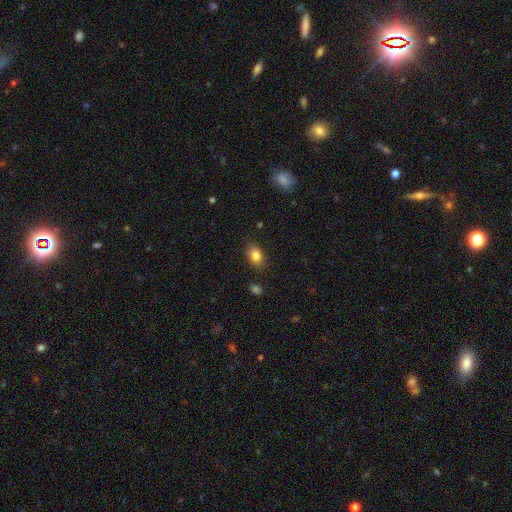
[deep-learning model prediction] Smooth or featured?
  - smooth: 83% *
  - star or artifact: 9%
  - featured or disk: 8%
How rounded?
  - in between: 76% *
  - round: 22%
  - cigar-shaped: 2%
Merging?
  - none: 83% *
  - minor disturbance: 13%
  - major disturbance: 3%
  - merger: 2%